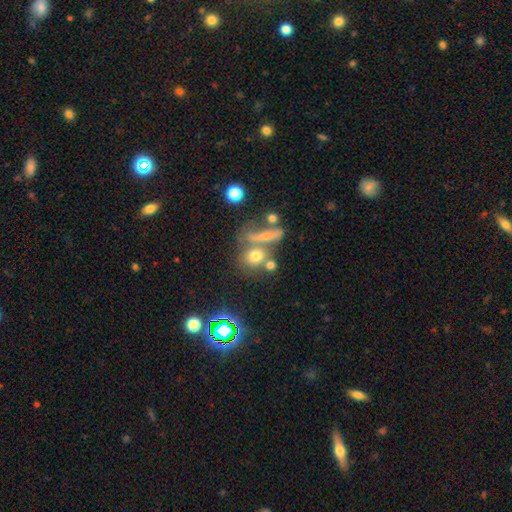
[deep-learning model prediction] A smooth galaxy with no disk features (62%) that is round (68%).

Vote fractions:
- Smooth or featured? smooth: 62% / featured or disk: 19% / star or artifact: 18%
- How rounded? round: 68% / in between: 23% / cigar-shaped: 9%
- Merging? none: 47% / merger: 33% / minor disturbance: 12% / major disturbance: 8%